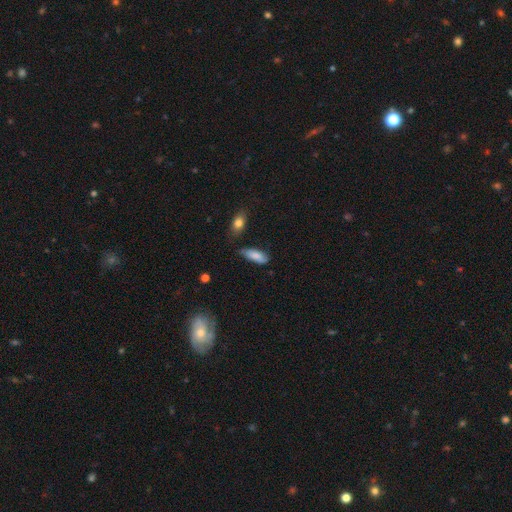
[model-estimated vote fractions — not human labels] smooth 80%, featured or disk 13%, star or artifact 7%. Down the decision tree: how rounded — in between (72%); merging — none (60%).